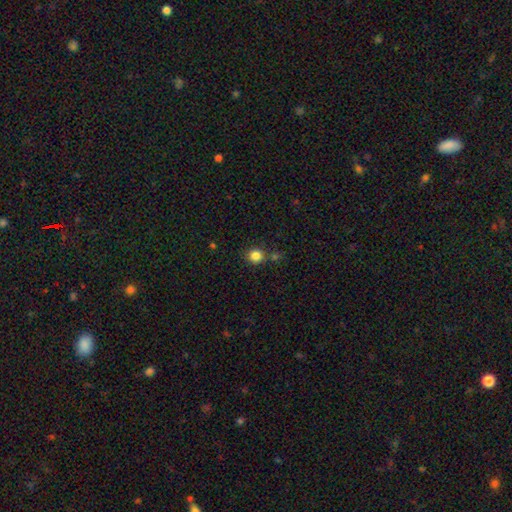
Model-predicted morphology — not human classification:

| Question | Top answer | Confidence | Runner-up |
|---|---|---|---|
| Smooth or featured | smooth | 84% | star or artifact (12%) |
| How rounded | round | 90% | in between (9%) |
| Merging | none | 79% | merger (9%) |